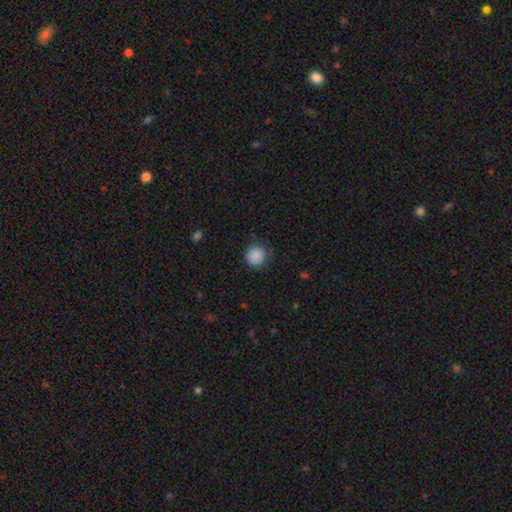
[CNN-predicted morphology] A smooth galaxy with no disk features (88%) that is round (92%).

Vote fractions:
- Smooth or featured? smooth: 88% / star or artifact: 9% / featured or disk: 3%
- How rounded? round: 92% / in between: 8% / cigar-shaped: 1%
- Merging? none: 82% / minor disturbance: 13% / major disturbance: 4% / merger: 1%